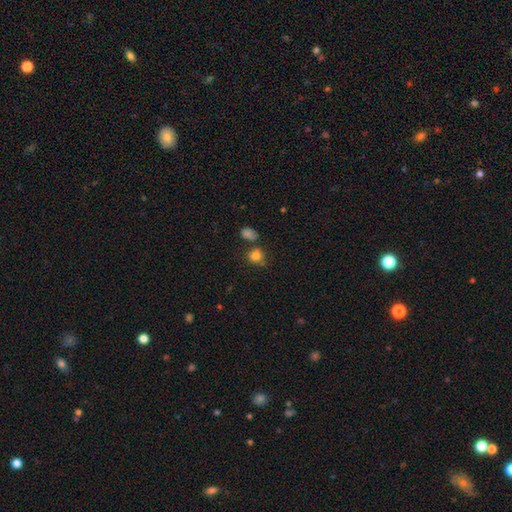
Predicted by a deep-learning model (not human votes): Smooth or featured? smooth (81%)
How rounded? round (80%)
Merging? none (68%)